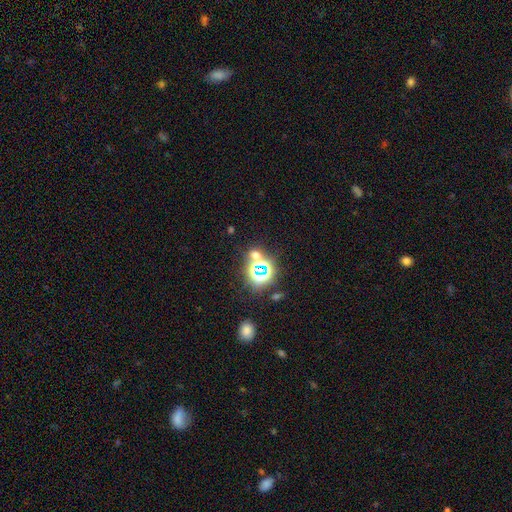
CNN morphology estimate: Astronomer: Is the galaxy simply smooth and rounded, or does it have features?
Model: star or artifact — 60%.